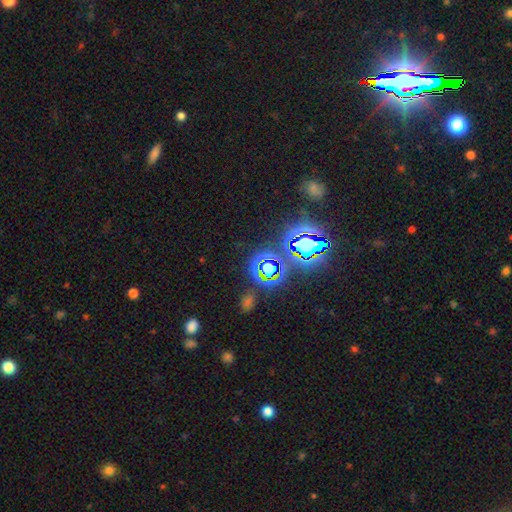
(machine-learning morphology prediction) Q: Smooth or featured?
A: star or artifact (78%); runner-up: smooth (15%)